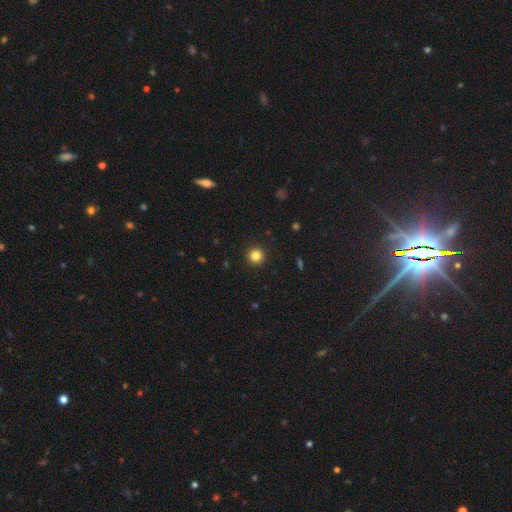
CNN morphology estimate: This is clearly a smooth galaxy (83%). How rounded: clearly round (96%). Merging: clearly none (93%).